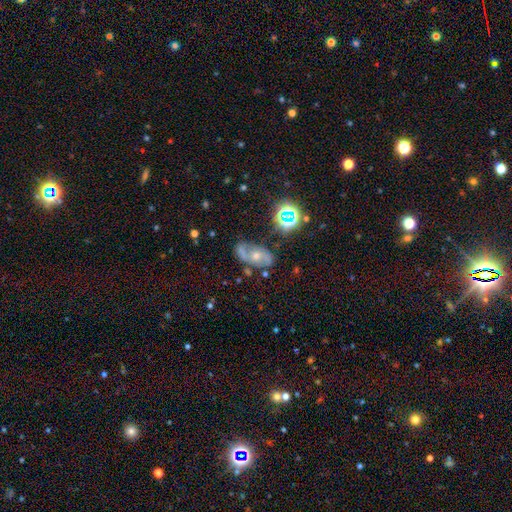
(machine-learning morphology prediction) smooth-or-featured: featured or disk: 66% | smooth: 18% | star or artifact: 16%
  disk-edge-on: no: 94% | yes: 6%
    bar: no: 63% | weak: 29% | strong: 8%
    has-spiral-arms: yes: 86% | no: 14%
      spiral-winding: medium: 46% | loose: 36% | tight: 19%
      spiral-arm-count: 2: 83% | can't tell: 8% | 1: 5% | 3: 2% | 4: 1% | more than 4: 1%
    bulge-size: moderate: 58% | small: 34% | large: 4% | none: 3% | dominant: 1%
  merging: none: 63% | minor disturbance: 21% | major disturbance: 10% | merger: 7%